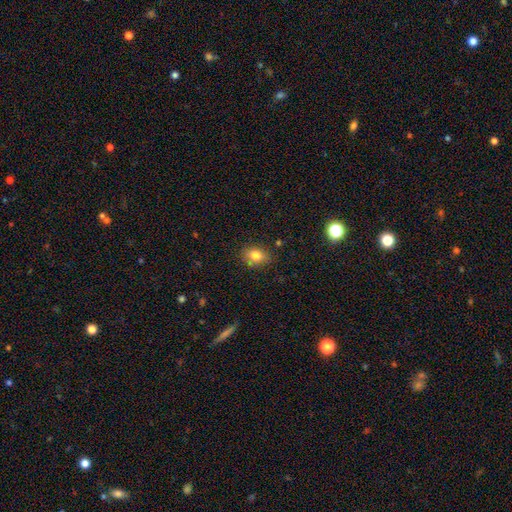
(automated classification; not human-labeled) Smooth or featured? smooth (80%)
How rounded? in between (68%)
Merging? none (78%)